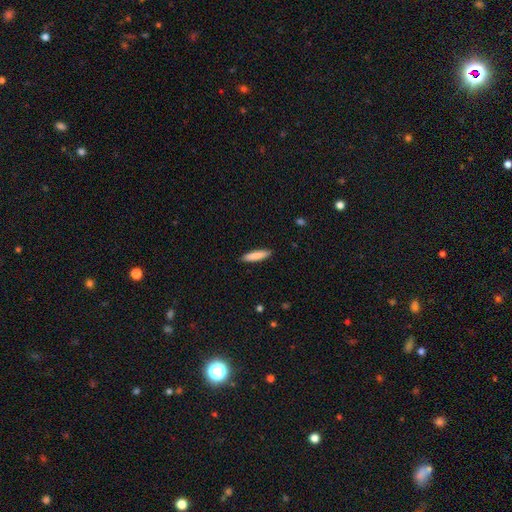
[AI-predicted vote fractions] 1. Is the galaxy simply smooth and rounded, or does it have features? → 86% smooth, 9% featured or disk, 6% star or artifact.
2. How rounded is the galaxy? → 82% cigar-shaped, 17% in between, 1% round.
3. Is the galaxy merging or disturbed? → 90% none, 8% minor disturbance, 2% major disturbance, 1% merger.